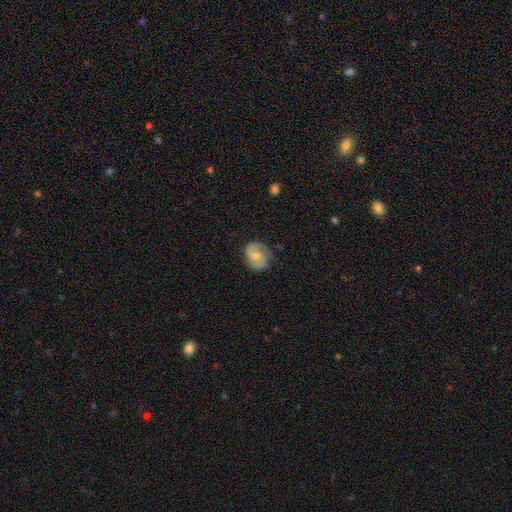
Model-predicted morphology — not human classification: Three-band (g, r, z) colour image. It shows a featured or disk galaxy (58%) with no bar (60%), spiral arms (86%) and a moderate central bulge (57%). Merging: none (66%).